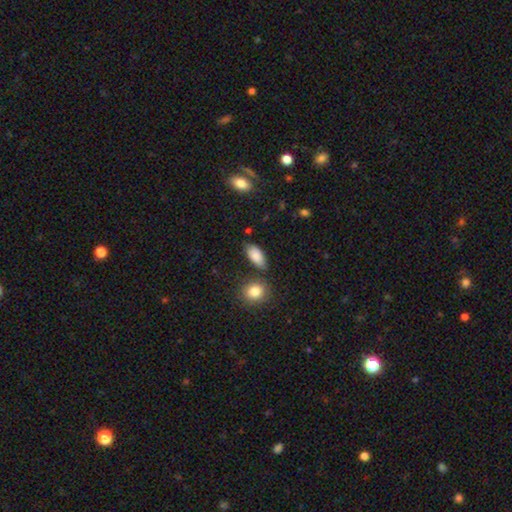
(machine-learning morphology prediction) Smooth or featured? Predicted: smooth (p=0.85). How rounded? Predicted: in between (p=0.90). Merging? Predicted: none (p=0.72).